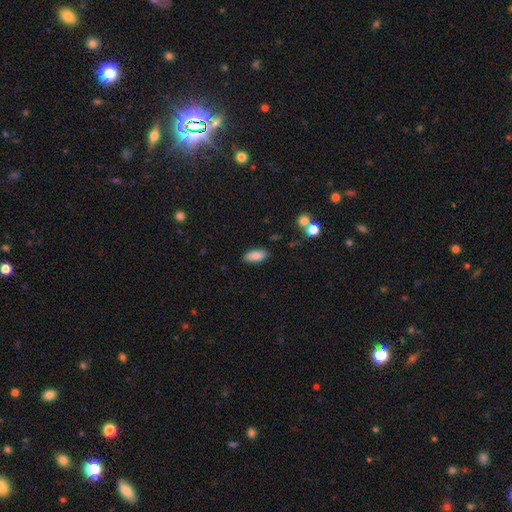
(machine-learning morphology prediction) type=smooth (88%); roundness=in between (87%); merging=none (85%).